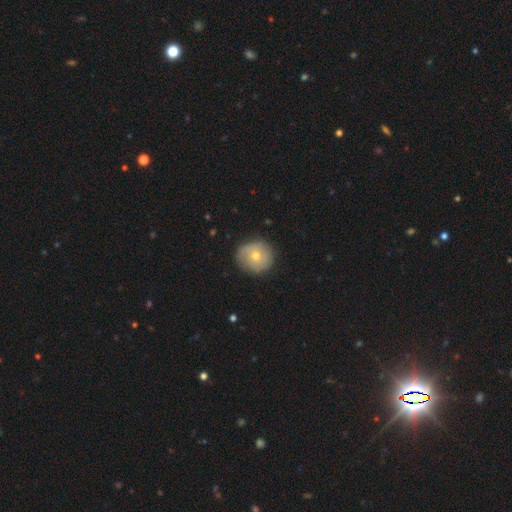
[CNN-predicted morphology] smooth_or_featured: smooth (p=0.55) [alt: featured or disk p=0.35]
how_rounded: round (p=0.88) [alt: in between p=0.11]
merging: none (p=0.81) [alt: minor disturbance p=0.14]